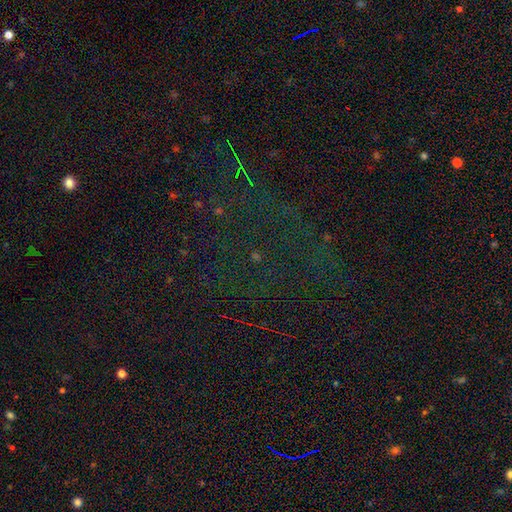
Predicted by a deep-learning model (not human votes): Smooth or featured? Predicted: star or artifact (p=0.75).